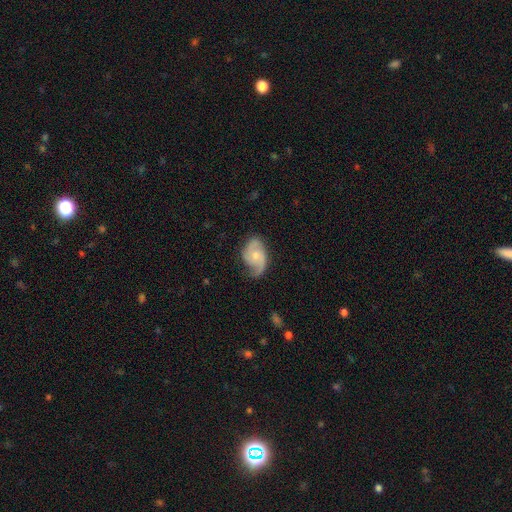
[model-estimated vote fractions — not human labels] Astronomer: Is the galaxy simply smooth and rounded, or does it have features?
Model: featured or disk — 74%.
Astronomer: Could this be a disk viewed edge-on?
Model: no — 97%.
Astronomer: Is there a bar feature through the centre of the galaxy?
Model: no — 69%.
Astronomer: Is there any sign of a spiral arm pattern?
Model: yes — 94%.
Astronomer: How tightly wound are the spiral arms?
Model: medium — 45% (runner-up: loose, 31%).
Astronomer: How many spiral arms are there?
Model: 2 — 73%.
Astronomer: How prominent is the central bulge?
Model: small — 50% (runner-up: moderate, 44%).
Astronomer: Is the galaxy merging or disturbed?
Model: none — 57%.